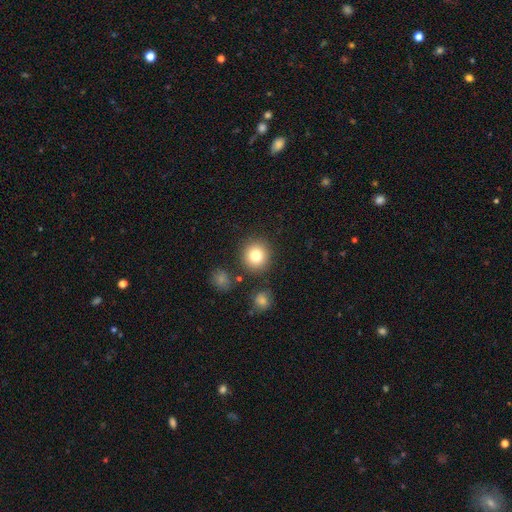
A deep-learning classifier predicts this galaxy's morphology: Smooth or featured? Predicted: smooth (p=0.80). How rounded? Predicted: round (p=0.91). Merging? Predicted: none (p=0.86).